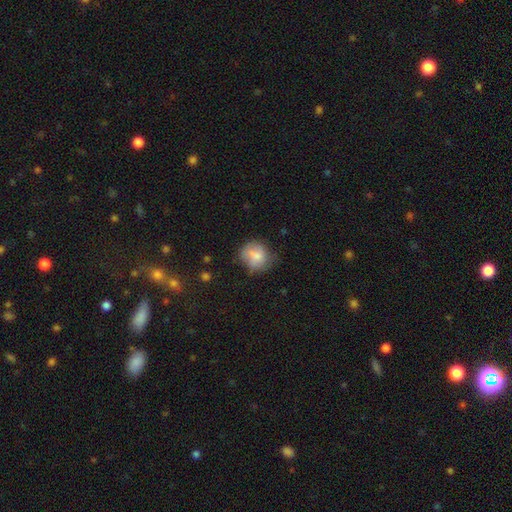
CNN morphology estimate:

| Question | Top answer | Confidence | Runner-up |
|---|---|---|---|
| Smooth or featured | smooth | 70% | featured or disk (21%) |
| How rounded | round | 75% | in between (24%) |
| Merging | none | 51% | minor disturbance (32%) |